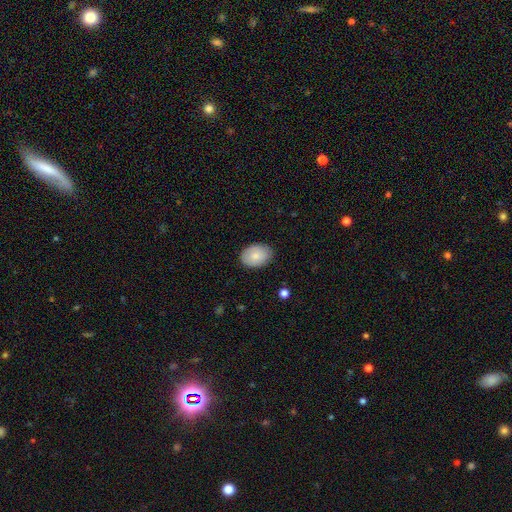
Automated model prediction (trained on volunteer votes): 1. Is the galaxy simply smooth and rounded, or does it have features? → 82% smooth, 12% featured or disk, 6% star or artifact.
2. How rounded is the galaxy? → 78% in between, 21% round, 1% cigar-shaped.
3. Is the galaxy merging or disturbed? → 85% none, 12% minor disturbance, 2% major disturbance, 1% merger.